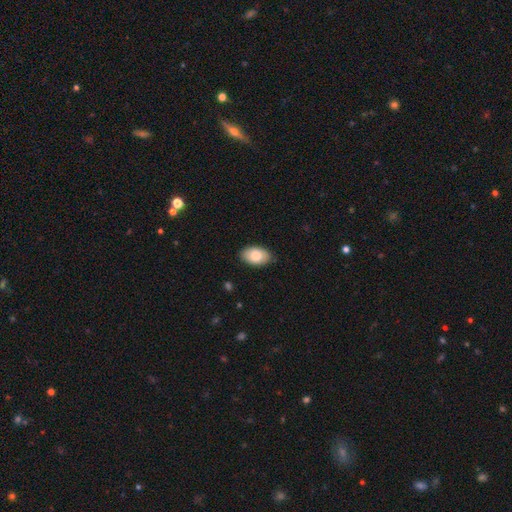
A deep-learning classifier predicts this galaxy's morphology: The model was most divided on "smooth or featured": smooth: 83%, featured or disk: 11%, star or artifact: 6%. More confident: how rounded — in between (92%); merging — none (86%).